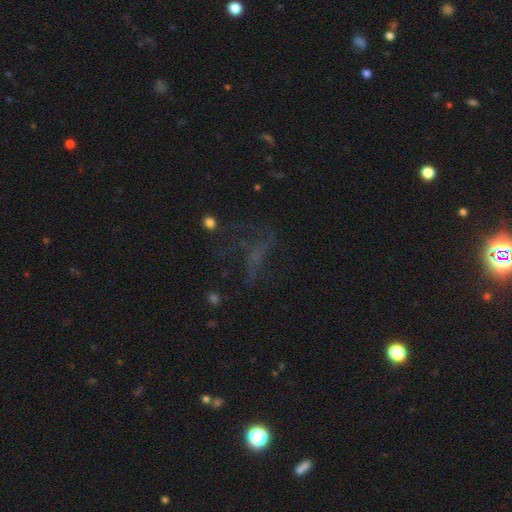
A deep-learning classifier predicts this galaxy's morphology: Smooth or featured?
  - star or artifact: 39% *
  - featured or disk: 35%
  - smooth: 26%